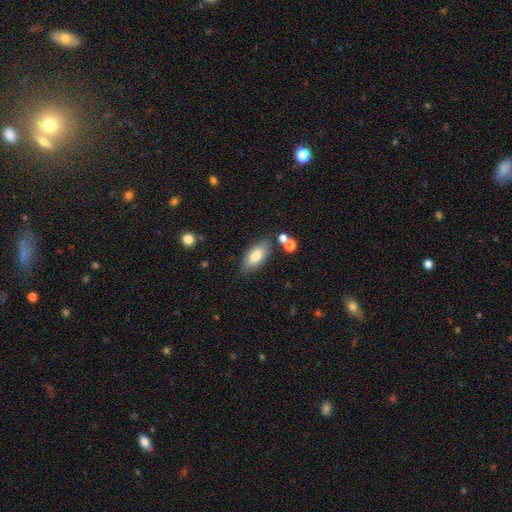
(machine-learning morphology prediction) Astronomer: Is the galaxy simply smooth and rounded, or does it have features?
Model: smooth — 80%.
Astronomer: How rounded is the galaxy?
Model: in between — 87%.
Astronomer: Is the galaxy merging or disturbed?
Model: none — 76%.